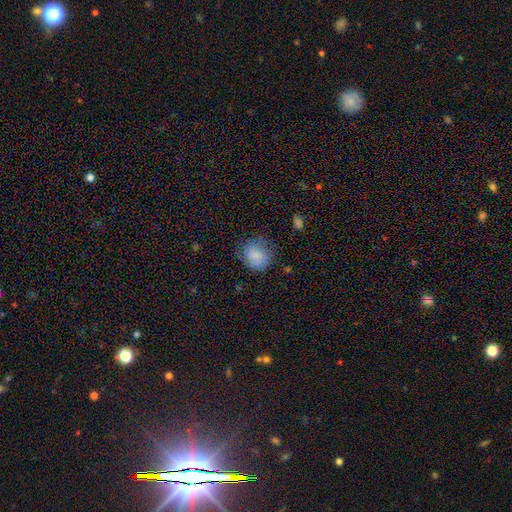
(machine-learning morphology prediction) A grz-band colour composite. It shows a smooth galaxy with no disk features (79%) that is round (75%). Merging: none (63%).